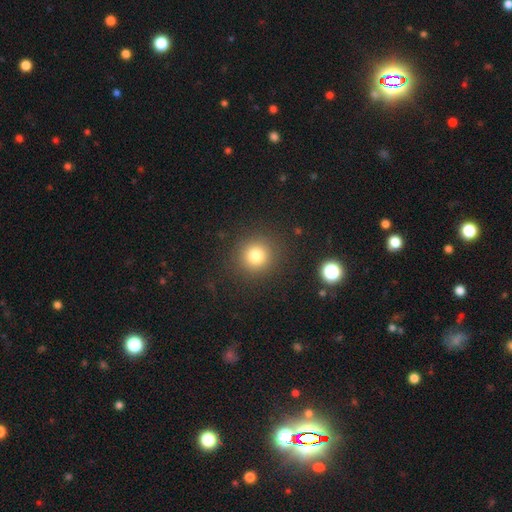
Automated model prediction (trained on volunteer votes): A smooth galaxy with no disk features (79%) that is round (93%). Merging: none (89%).